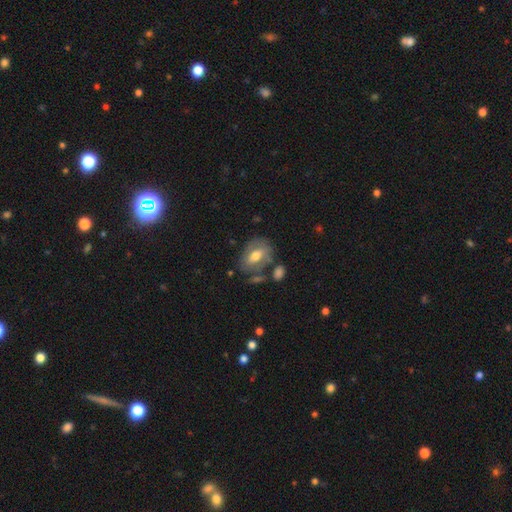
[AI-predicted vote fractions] This is possibly a smooth galaxy (53%). How rounded: clearly in between (82%). Merging: possibly none (60%).